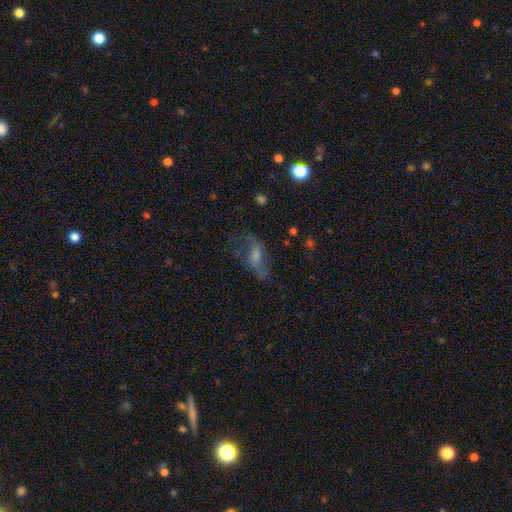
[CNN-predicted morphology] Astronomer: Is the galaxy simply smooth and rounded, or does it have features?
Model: featured or disk — 48% (runner-up: smooth, 36%).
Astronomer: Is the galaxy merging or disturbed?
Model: none — 53%.